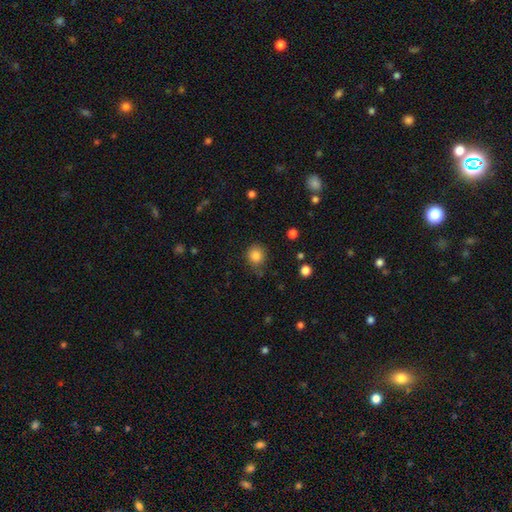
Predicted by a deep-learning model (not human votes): smooth_or_featured: smooth (p=0.84) [alt: star or artifact p=0.11]
how_rounded: round (p=0.85) [alt: in between p=0.14]
merging: none (p=0.77) [alt: minor disturbance p=0.16]